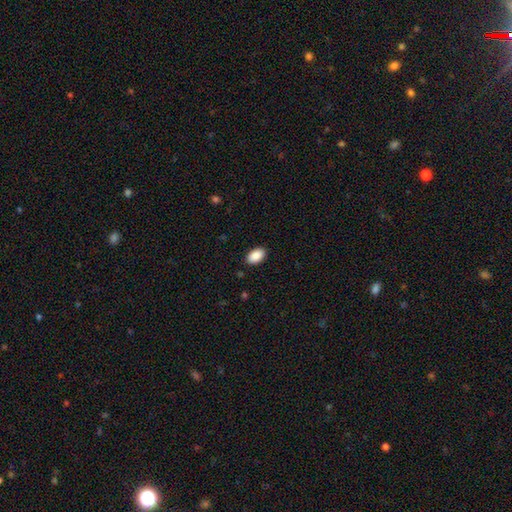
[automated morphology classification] smooth_or_featured: smooth (p=0.90) [alt: star or artifact p=0.07]
how_rounded: in between (p=0.93) [alt: round p=0.06]
merging: none (p=0.89) [alt: minor disturbance p=0.08]